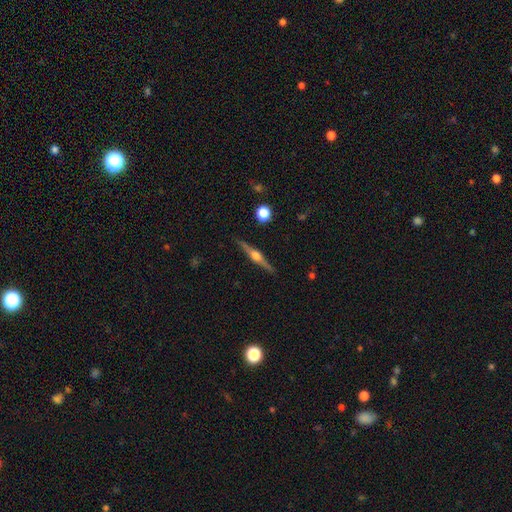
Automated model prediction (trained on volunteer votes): A featured or disk galaxy (81%) viewed edge-on (98%) with a rounded central bulge (94%).

Vote fractions:
- Smooth or featured? featured or disk: 81% / smooth: 13% / star or artifact: 6%
- Edge-on disk? yes: 98% / no: 2%
- Edge-on bulge? rounded: 94% / boxy: 4% / none: 2%
- Merging? none: 90% / minor disturbance: 7% / major disturbance: 1% / merger: 1%